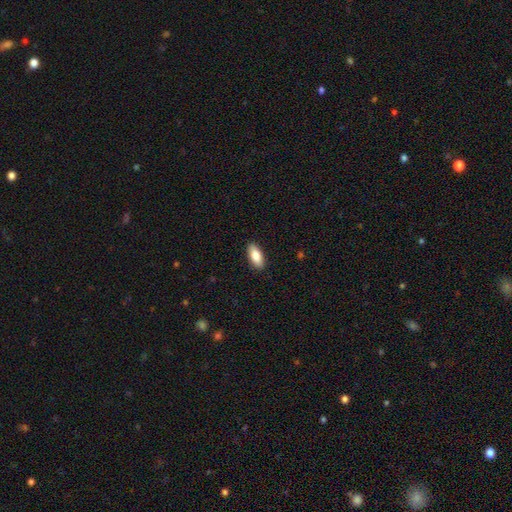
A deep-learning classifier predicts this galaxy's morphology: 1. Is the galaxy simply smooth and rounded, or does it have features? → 83% smooth, 11% featured or disk, 6% star or artifact.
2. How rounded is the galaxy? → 82% in between, 16% cigar-shaped, 2% round.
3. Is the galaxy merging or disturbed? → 90% none, 7% minor disturbance, 2% major disturbance, 1% merger.